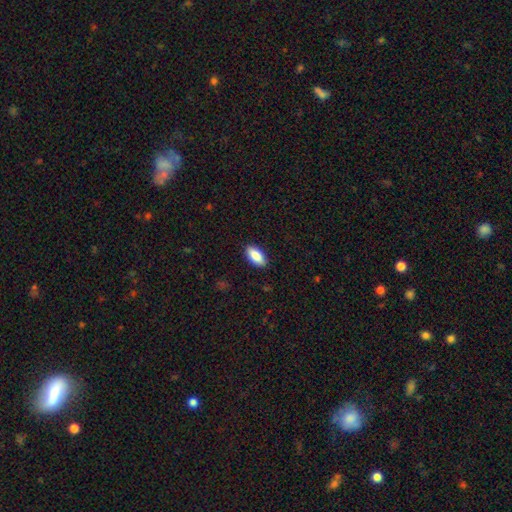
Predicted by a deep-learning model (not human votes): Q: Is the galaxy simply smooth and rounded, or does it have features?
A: smooth — 87%.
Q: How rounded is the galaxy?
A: in between — 92%.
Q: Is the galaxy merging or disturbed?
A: none — 89%.